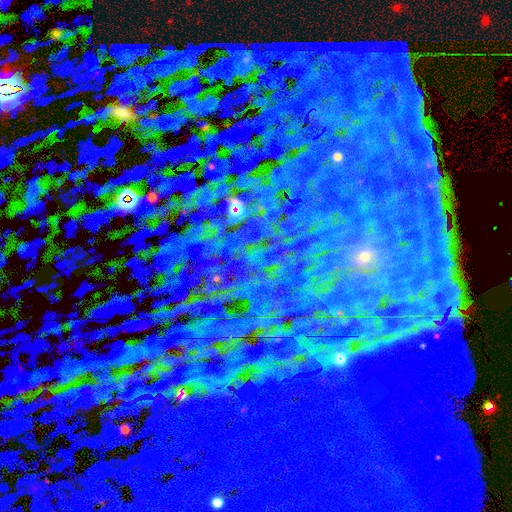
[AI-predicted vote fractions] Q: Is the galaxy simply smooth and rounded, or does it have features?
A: star or artifact — 83%.